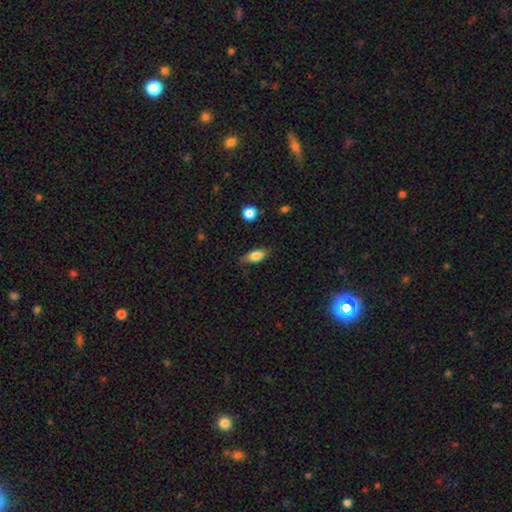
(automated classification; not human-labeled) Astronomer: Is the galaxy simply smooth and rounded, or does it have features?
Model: smooth — 79%.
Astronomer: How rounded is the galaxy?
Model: in between — 83%.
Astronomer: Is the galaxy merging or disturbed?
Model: none — 75%.